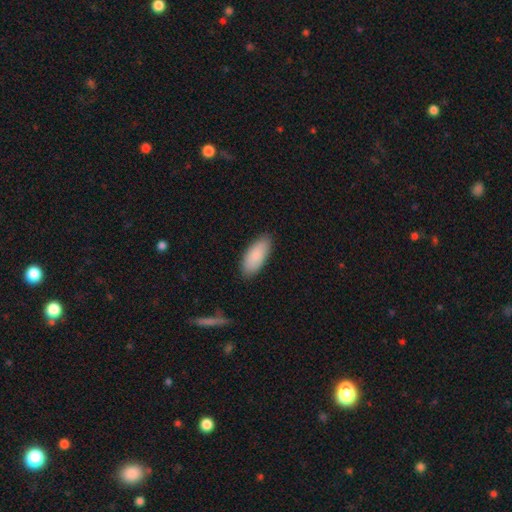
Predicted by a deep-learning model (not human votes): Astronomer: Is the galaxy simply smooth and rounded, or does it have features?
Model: smooth — 87%.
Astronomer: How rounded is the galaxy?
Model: in between — 86%.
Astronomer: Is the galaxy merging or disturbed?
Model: none — 86%.